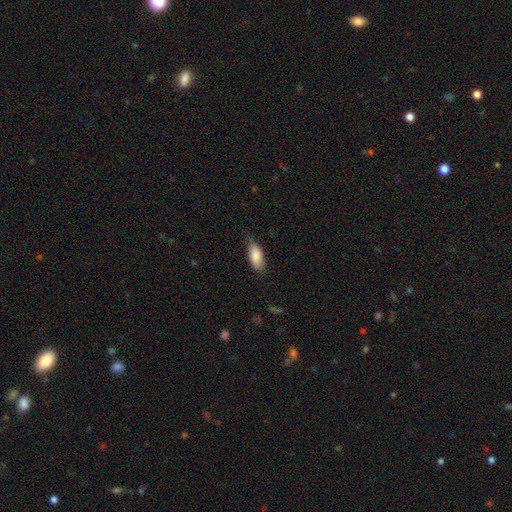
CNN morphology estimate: Smooth or featured: smooth — 86% (featured or disk — 8%)
How rounded: in between — 83% (cigar-shaped — 15%)
Merging: none — 67% (minor disturbance — 27%)